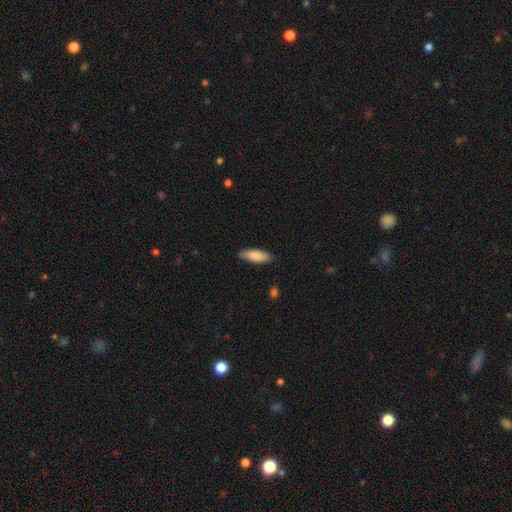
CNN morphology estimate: The model was most divided on "how rounded": in between: 63%, cigar-shaped: 36%, round: 2%. More confident: merging — none (86%); smooth or featured — smooth (84%).